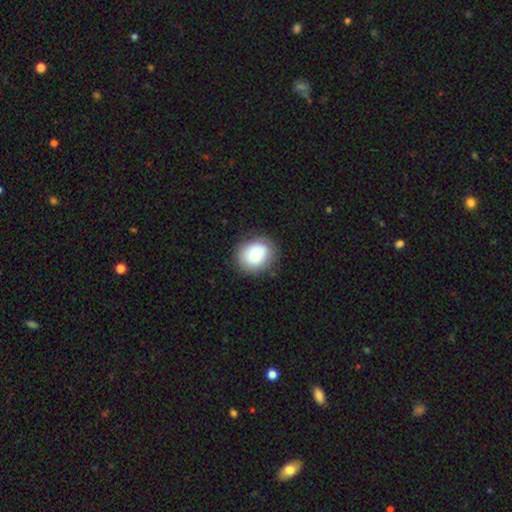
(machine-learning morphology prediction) Smooth or featured?
  - smooth: 80% *
  - featured or disk: 12%
  - star or artifact: 8%
How rounded?
  - round: 66% *
  - in between: 33%
  - cigar-shaped: 1%
Merging?
  - none: 81% *
  - minor disturbance: 13%
  - major disturbance: 4%
  - merger: 1%